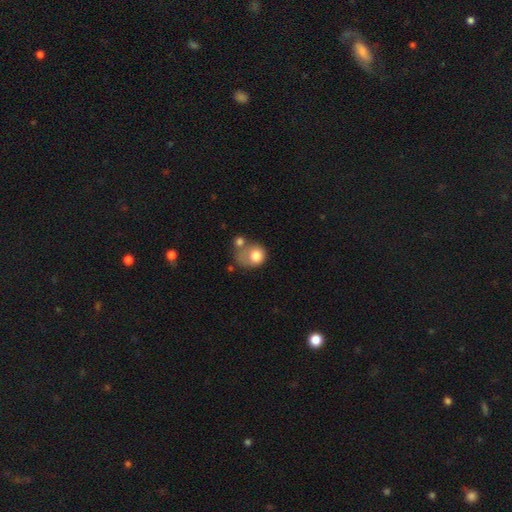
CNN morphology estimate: Smooth or featured? Predicted: smooth (p=0.75). How rounded? Predicted: round (p=0.64). Merging? Predicted: merger (p=0.32).